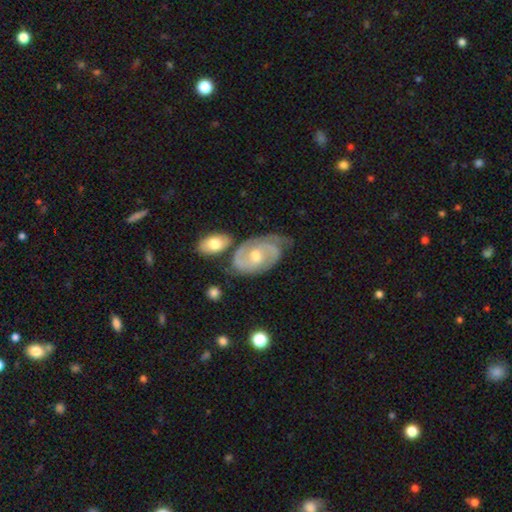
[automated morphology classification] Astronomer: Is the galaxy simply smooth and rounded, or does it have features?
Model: featured or disk — 84%.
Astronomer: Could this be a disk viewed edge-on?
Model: no — 96%.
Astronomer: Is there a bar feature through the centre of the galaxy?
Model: no — 59%.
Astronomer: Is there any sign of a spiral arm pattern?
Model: yes — 95%.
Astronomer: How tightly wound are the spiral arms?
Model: tight — 53% (runner-up: medium, 37%).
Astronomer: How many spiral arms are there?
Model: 2 — 65%.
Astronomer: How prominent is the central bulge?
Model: moderate — 66%.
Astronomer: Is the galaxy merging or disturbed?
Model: none — 54%.